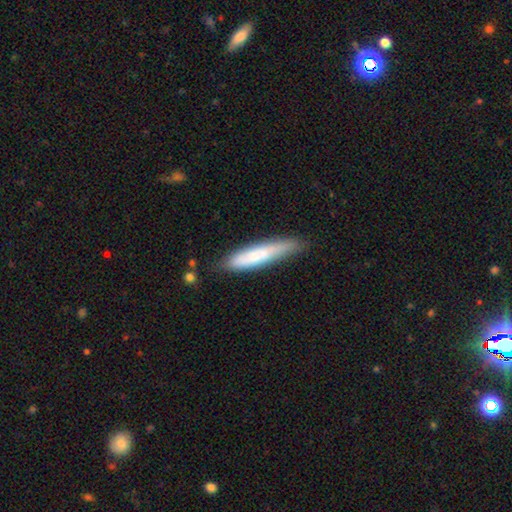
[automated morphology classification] Q: Smooth or featured?
A: smooth (62%); runner-up: featured or disk (32%)
Q: How rounded?
A: cigar-shaped (84%); runner-up: in between (15%)
Q: Merging?
A: none (74%); runner-up: minor disturbance (19%)